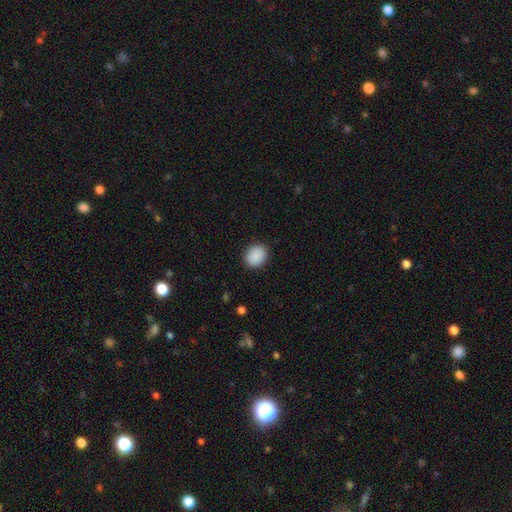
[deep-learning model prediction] Smooth or featured? smooth (90%)
How rounded? round (54%)
Merging? none (90%)